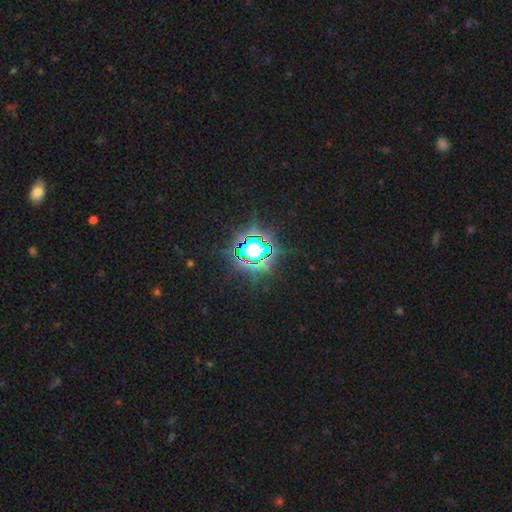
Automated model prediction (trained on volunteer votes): Overall: star or artifact (81%).